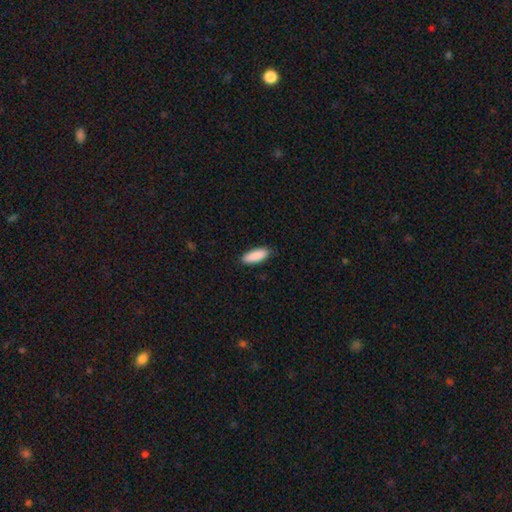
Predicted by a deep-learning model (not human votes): Morphology: type=smooth (90%); roundness=in between (68%); merging=none (89%).